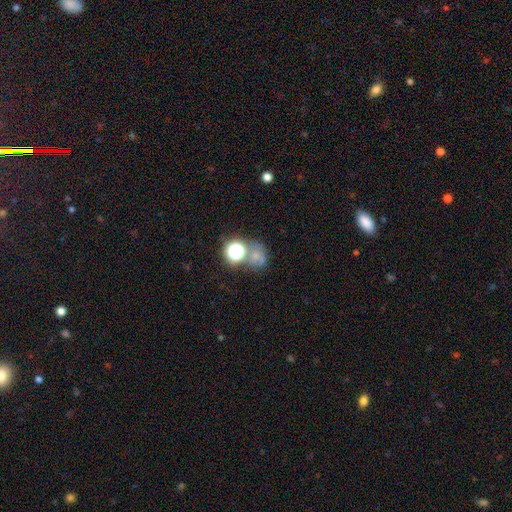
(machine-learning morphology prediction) The model was most divided on "merging": none: 43%, merger: 30%, minor disturbance: 14%, major disturbance: 12%. More confident: how rounded — round (68%); smooth or featured — smooth (55%).